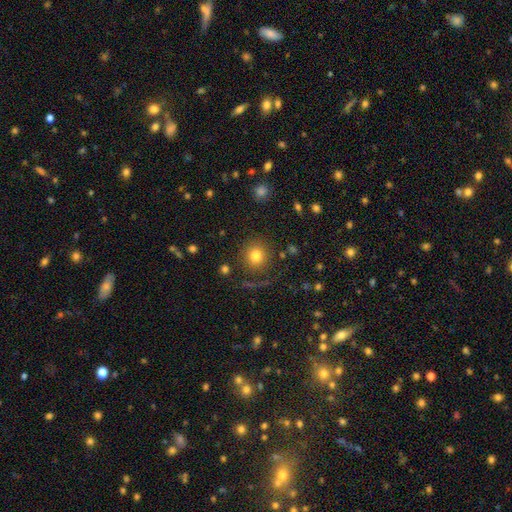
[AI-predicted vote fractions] This is likely a smooth galaxy (80%). How rounded: clearly round (90%). Merging: clearly none (82%).